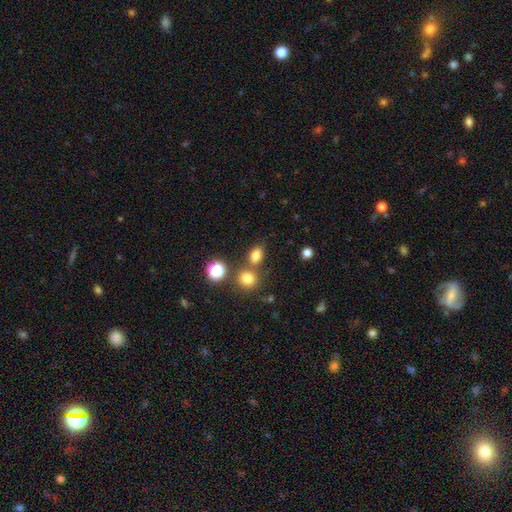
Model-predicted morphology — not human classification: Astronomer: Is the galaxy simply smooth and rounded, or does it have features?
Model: smooth — 78%.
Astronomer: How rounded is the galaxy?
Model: in between — 65%.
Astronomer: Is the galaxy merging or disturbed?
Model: none — 64%.